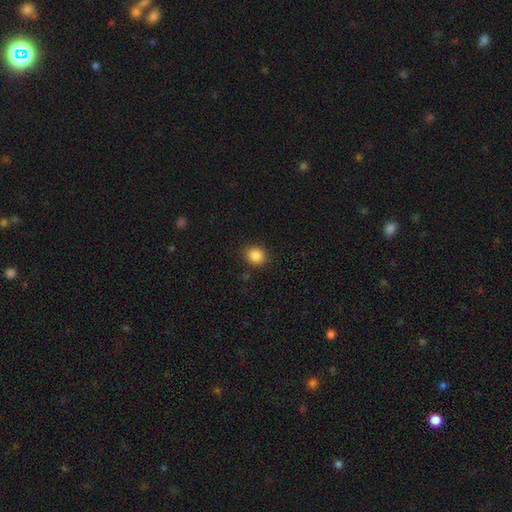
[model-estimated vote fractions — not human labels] Morphology: type=smooth (86%); roundness=round (71%); merging=none (88%).